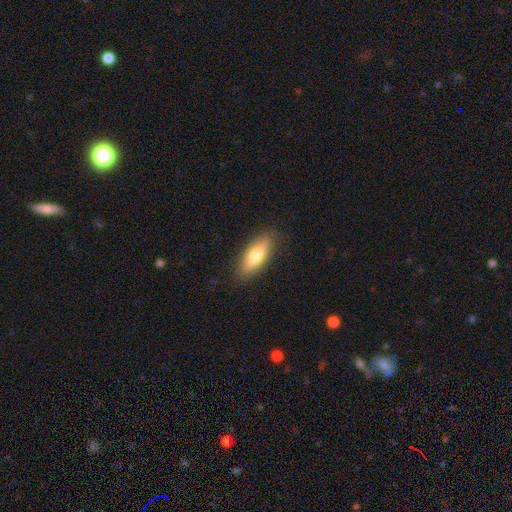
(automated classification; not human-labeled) Morphology: type=smooth (66%); roundness=in between (59%); merging=none (86%).